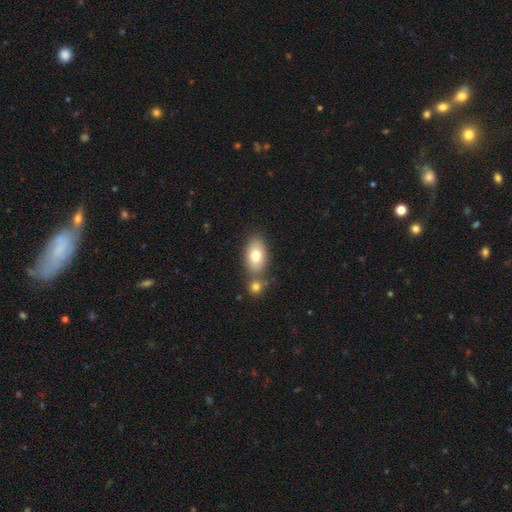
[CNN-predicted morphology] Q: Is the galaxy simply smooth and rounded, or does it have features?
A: smooth — 76%.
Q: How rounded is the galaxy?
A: in between — 88%.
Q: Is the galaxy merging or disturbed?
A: none — 61%.